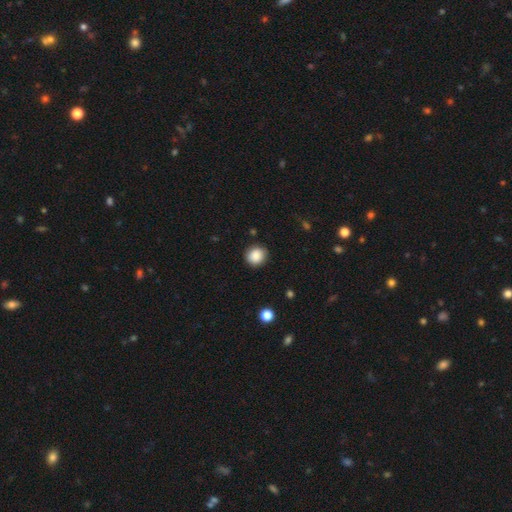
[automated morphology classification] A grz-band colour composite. It shows a smooth galaxy with no disk features (87%) that is round (84%). Merging: none (87%).